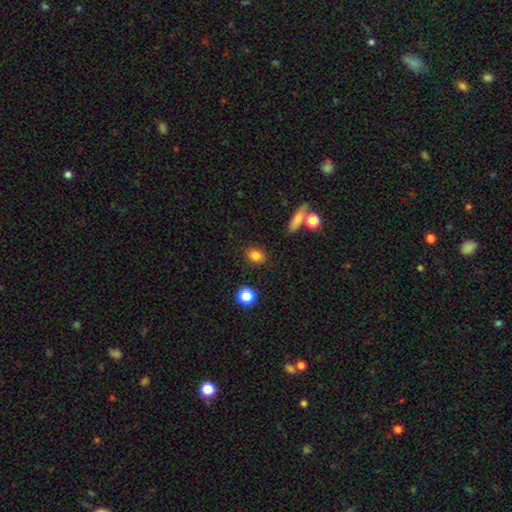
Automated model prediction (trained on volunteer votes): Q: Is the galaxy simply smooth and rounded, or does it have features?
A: smooth — 82%.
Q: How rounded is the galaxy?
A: in between — 53%.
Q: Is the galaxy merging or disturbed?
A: none — 86%.